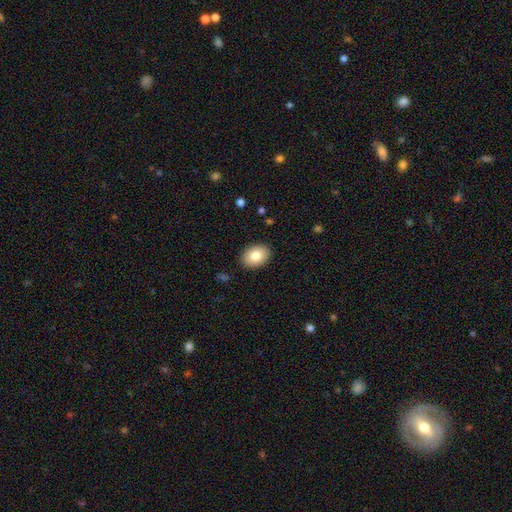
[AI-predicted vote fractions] Q: Smooth or featured?
A: smooth (82%); runner-up: featured or disk (11%)
Q: How rounded?
A: in between (77%); runner-up: round (22%)
Q: Merging?
A: none (89%); runner-up: minor disturbance (8%)